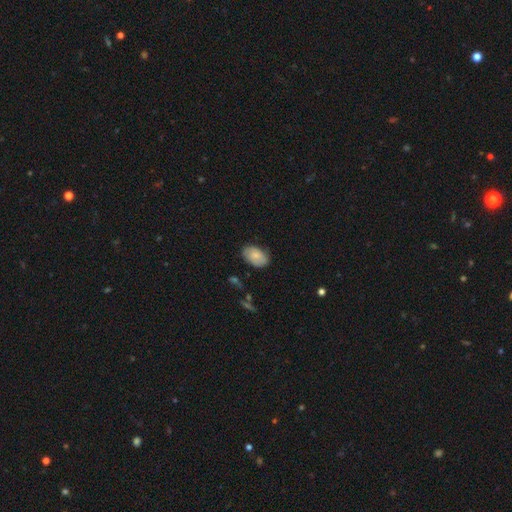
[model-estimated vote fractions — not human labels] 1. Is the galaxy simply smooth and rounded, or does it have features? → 73% smooth, 20% featured or disk, 7% star or artifact.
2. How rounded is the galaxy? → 90% in between, 9% round, 1% cigar-shaped.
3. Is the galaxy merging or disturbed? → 77% none, 18% minor disturbance, 3% major disturbance, 1% merger.